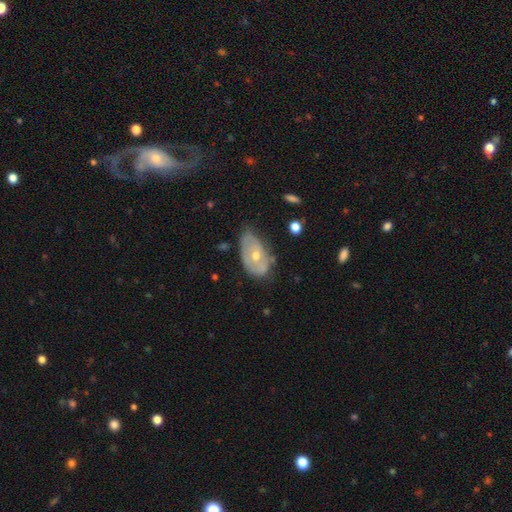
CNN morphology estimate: Smooth or featured? Predicted: featured or disk (p=0.56). Edge-on disk? Predicted: no (p=0.91). Bar? Predicted: no (p=0.83). Spiral arms? Predicted: no (p=0.61). Bulge size? Predicted: moderate (p=0.58). Merging? Predicted: none (p=0.45).